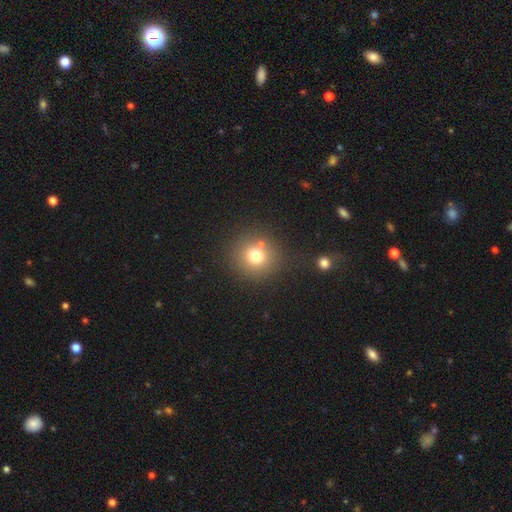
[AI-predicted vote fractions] The model was most divided on "smooth or featured": smooth: 74%, star or artifact: 15%, featured or disk: 11%. More confident: how rounded — round (91%); merging — none (79%).